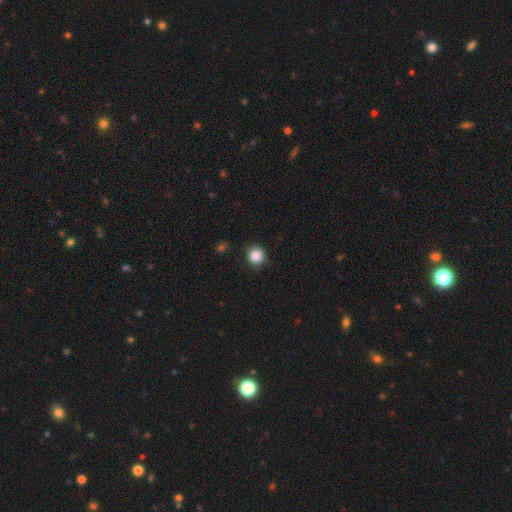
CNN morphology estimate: type=smooth (86%); roundness=round (92%); merging=none (89%).